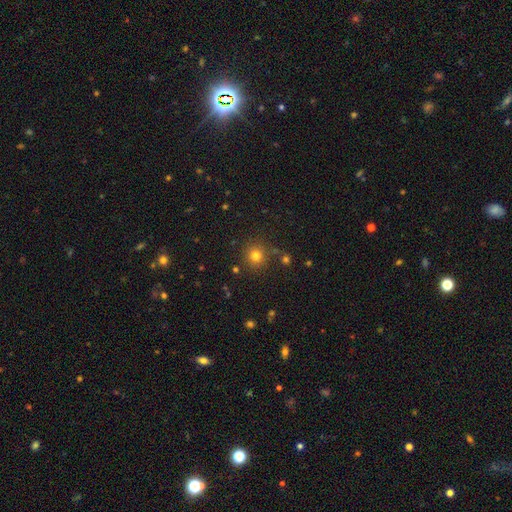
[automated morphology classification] Smooth or featured: smooth — 78% (star or artifact — 16%)
How rounded: round — 92% (in between — 8%)
Merging: none — 85% (minor disturbance — 8%)